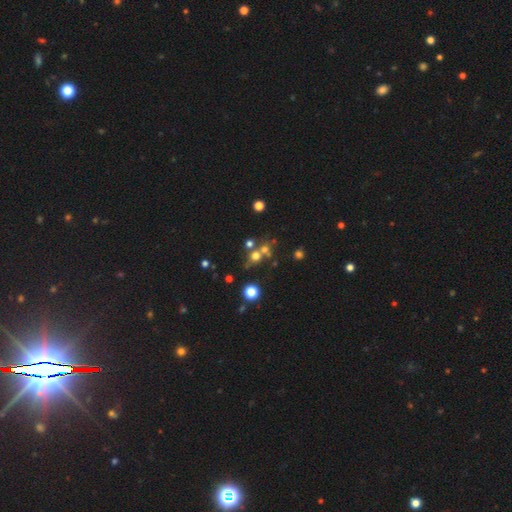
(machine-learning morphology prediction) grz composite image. It shows a smooth galaxy with no disk features (54%) that is round (84%). Merging: none (50%).